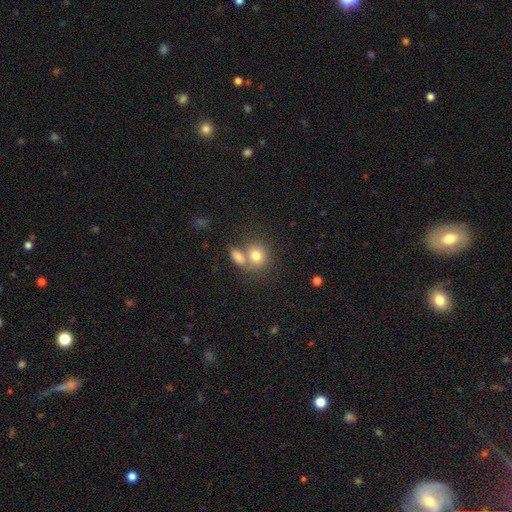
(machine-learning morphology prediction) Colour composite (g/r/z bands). It shows a smooth galaxy with no disk features (78%) that is round (64%). Merging: merger (46%).